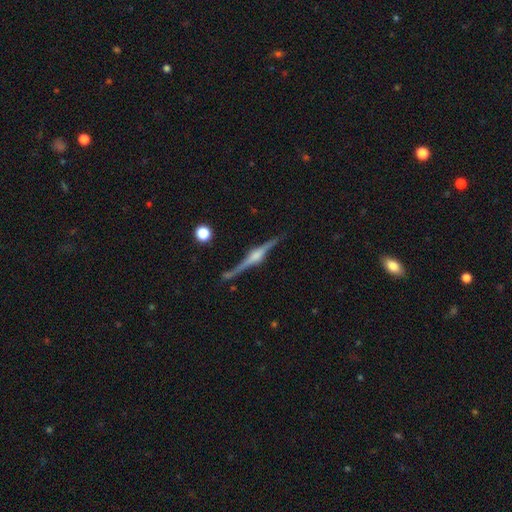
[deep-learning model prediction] A featured or disk galaxy (86%) viewed edge-on (98%) with a rounded central bulge (82%).

Vote fractions:
- Smooth or featured? featured or disk: 86% / smooth: 8% / star or artifact: 6%
- Edge-on disk? yes: 98% / no: 2%
- Edge-on bulge? rounded: 82% / boxy: 15% / none: 4%
- Merging? none: 84% / minor disturbance: 11% / major disturbance: 3% / merger: 2%